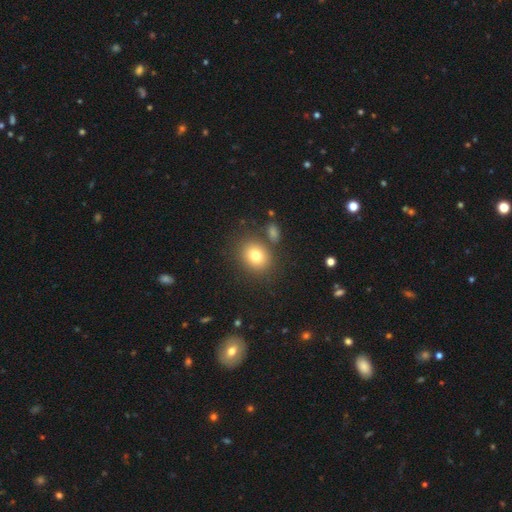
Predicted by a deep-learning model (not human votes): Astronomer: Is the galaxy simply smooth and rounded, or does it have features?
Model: smooth — 79%.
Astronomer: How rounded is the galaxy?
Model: round — 62%.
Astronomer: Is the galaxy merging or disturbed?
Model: none — 78%.